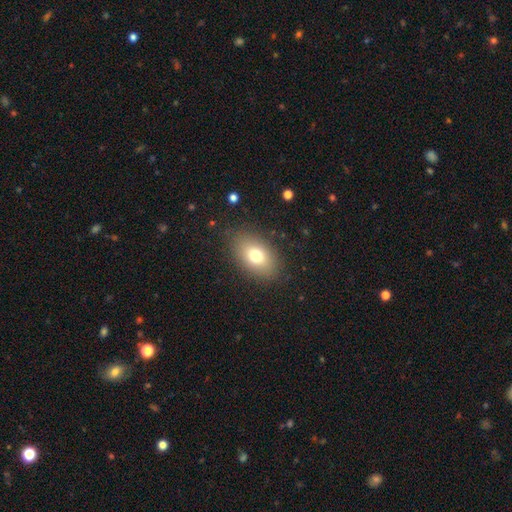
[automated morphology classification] This appears to be a smooth galaxy with no disk features (74%) that is in between round and cigar-shaped (86%). Merging: none (84%).